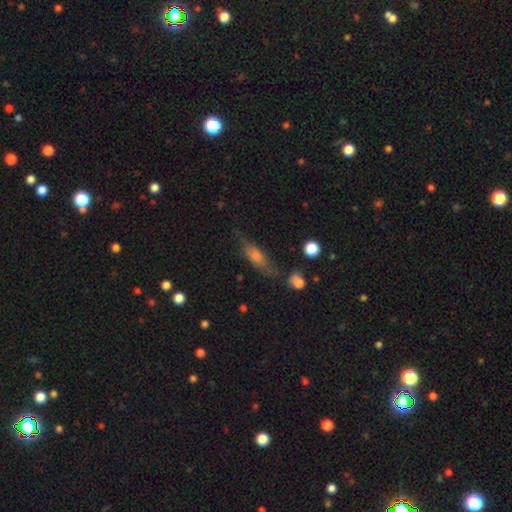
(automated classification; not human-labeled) Overall: smooth (49%; featured or disk 40%). Merging: none (63%; minor disturbance 23%).